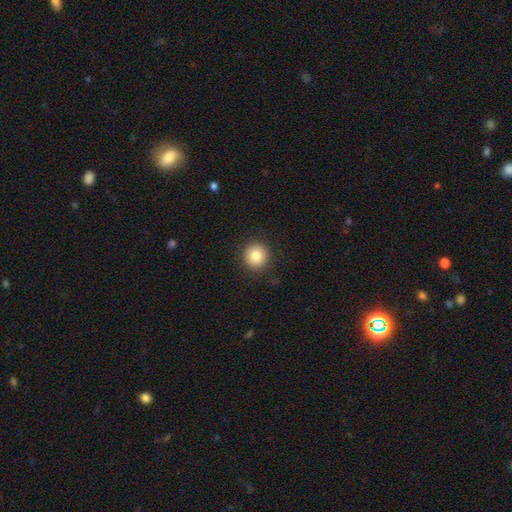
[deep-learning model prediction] Overall: smooth (84%). How rounded: round (93%). Merging: none (91%).